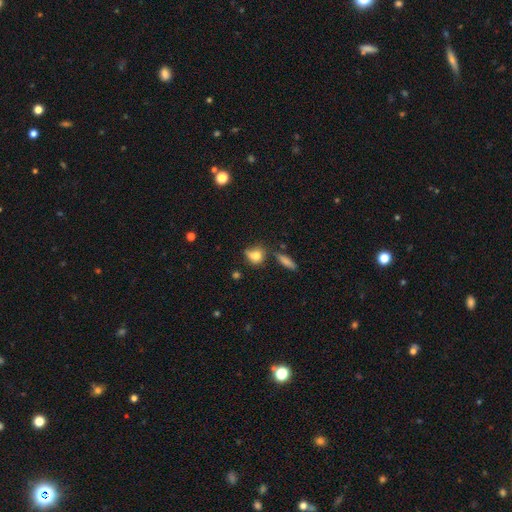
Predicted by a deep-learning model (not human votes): Morphology: type=smooth (75%); roundness=round (56%); merging=none (50%).